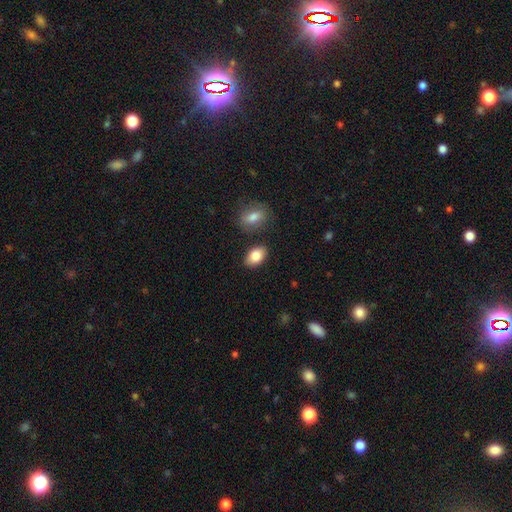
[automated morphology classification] Overall: smooth (84%). How rounded: in between (89%). Merging: none (83%).